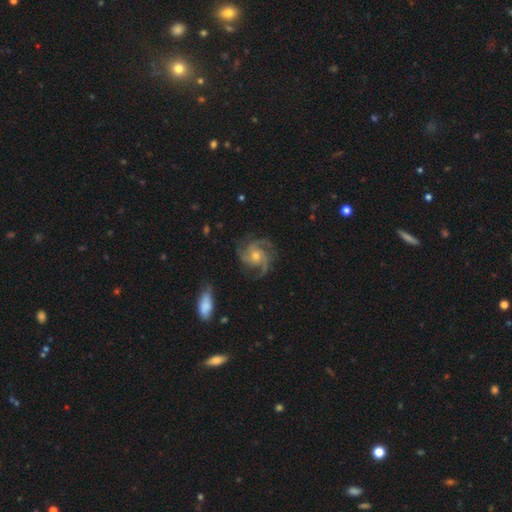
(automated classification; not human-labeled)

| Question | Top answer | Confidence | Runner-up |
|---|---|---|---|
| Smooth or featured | featured or disk | 89% | star or artifact (6%) |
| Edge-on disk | no | 98% | yes (2%) |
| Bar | no | 70% | weak (25%) |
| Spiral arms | yes | 98% | no (2%) |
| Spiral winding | medium | 49% | tight (42%) |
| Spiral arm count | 3 | 54% | 4 (18%) |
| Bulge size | moderate | 57% | small (36%) |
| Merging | none | 76% | minor disturbance (16%) |